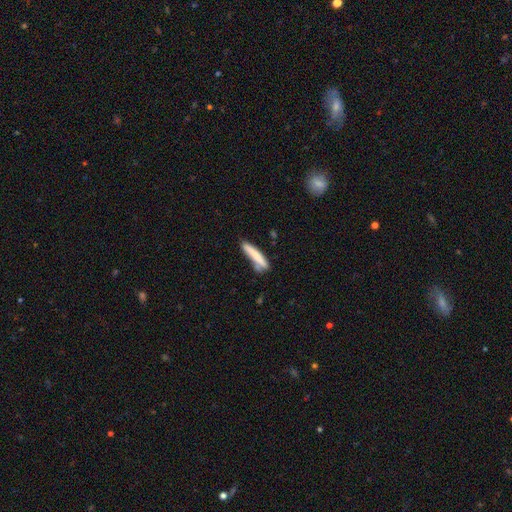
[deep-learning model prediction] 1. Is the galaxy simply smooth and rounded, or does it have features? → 77% smooth, 17% featured or disk, 6% star or artifact.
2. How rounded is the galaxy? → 90% cigar-shaped, 9% in between, 1% round.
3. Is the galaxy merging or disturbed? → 66% none, 20% minor disturbance, 9% merger, 5% major disturbance.